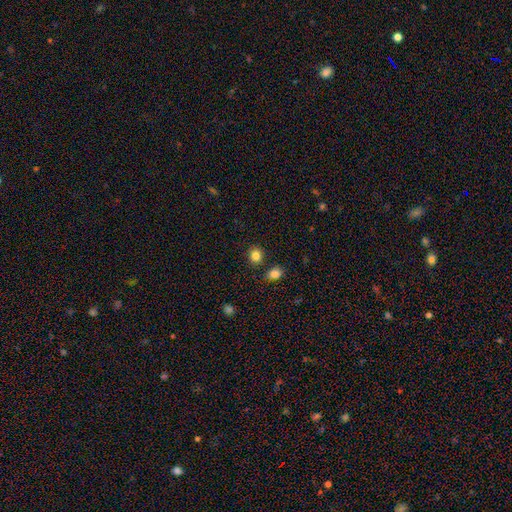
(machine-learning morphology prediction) Q: Smooth or featured?
A: smooth (85%); runner-up: star or artifact (10%)
Q: How rounded?
A: round (69%); runner-up: in between (30%)
Q: Merging?
A: none (84%); runner-up: minor disturbance (8%)